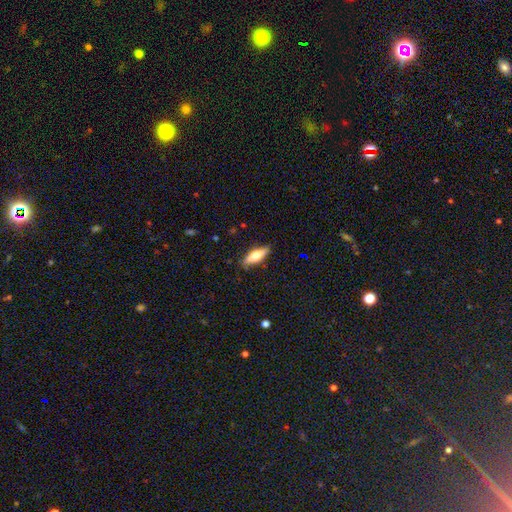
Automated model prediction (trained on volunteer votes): Smooth or featured? Predicted: smooth (p=0.57). How rounded? Predicted: in between (p=0.51). Merging? Predicted: none (p=0.84).